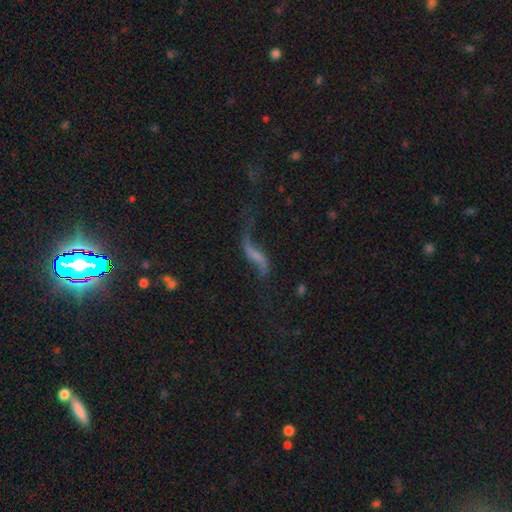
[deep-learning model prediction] Morphology: type=featured or disk (74%); edge-on=no (90%); bar=no (40%); spiral arms=yes (88%); winding=loose (95%); arm count=2 (87%); bulge=none (64%); merging=none (50%).